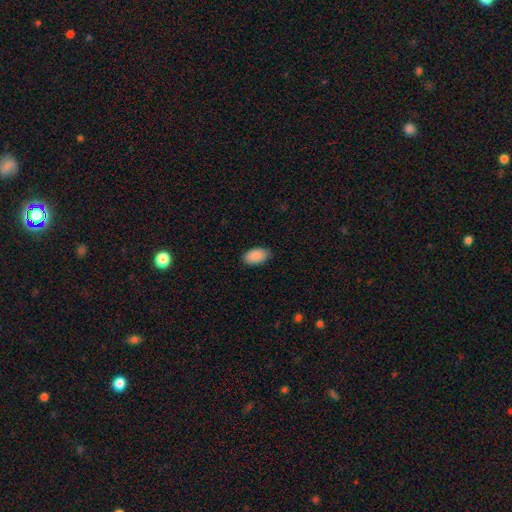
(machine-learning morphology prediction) This is clearly a smooth galaxy (90%). How rounded: clearly in between (94%). Merging: clearly none (85%).